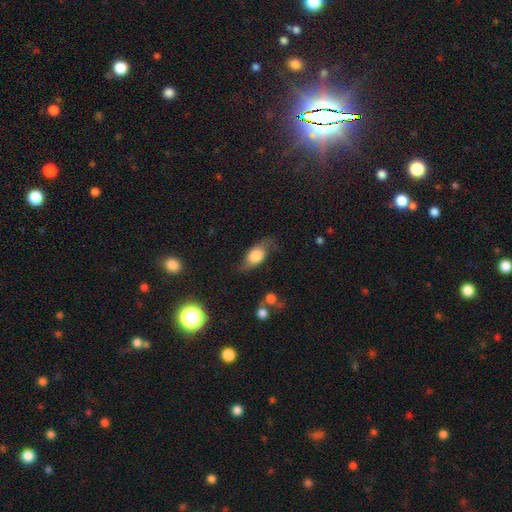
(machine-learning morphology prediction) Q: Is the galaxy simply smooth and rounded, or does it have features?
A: smooth — 58%.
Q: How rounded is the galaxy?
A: in between — 81%.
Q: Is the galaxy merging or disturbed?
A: none — 61%.